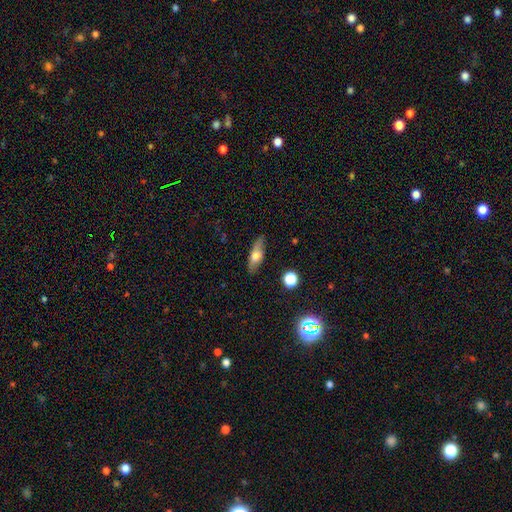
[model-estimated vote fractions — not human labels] Overall: smooth (60%; featured or disk 32%). How rounded: in between (55%; cigar-shaped 41%). Merging: none (83%).